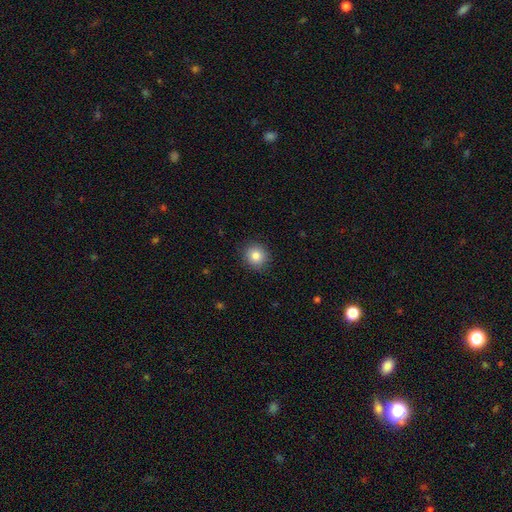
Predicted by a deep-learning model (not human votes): smooth_or_featured: smooth (p=0.84) [alt: star or artifact p=0.10]
how_rounded: round (p=0.89) [alt: in between p=0.10]
merging: none (p=0.90) [alt: minor disturbance p=0.07]